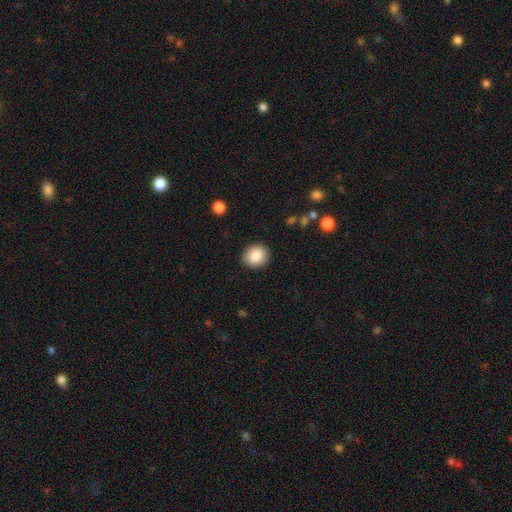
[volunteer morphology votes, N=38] This is clearly a smooth galaxy (89%). How rounded: clearly round (82%). Merging: clearly none (92%).